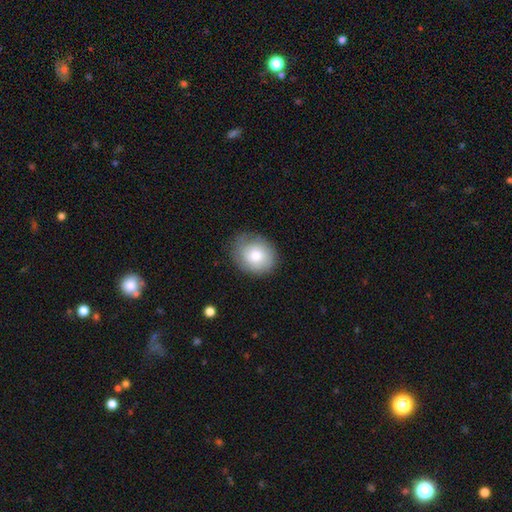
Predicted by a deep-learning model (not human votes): smooth_or_featured: smooth (p=0.69) [alt: featured or disk p=0.24]
how_rounded: round (p=0.64) [alt: in between p=0.35]
merging: none (p=0.72) [alt: minor disturbance p=0.20]